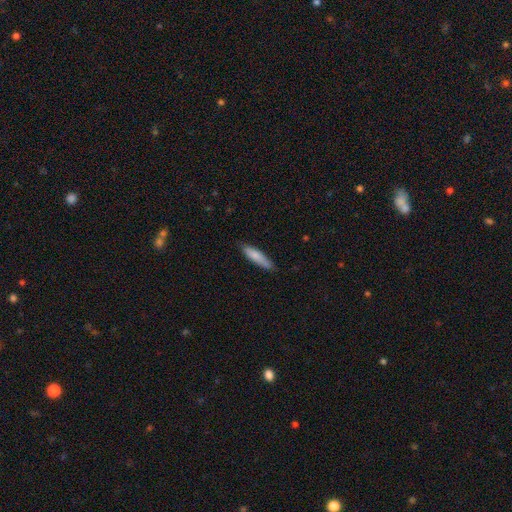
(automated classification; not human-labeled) A smooth galaxy with no disk features (80%) that is cigar-shaped (76%). Merging: none (80%).